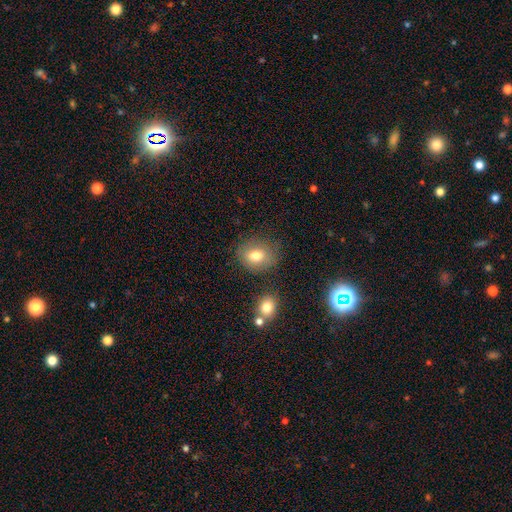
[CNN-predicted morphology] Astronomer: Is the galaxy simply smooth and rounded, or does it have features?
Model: smooth — 77%.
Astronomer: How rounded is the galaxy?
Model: round — 60% (runner-up: in between, 39%).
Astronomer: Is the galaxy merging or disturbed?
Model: none — 73%.